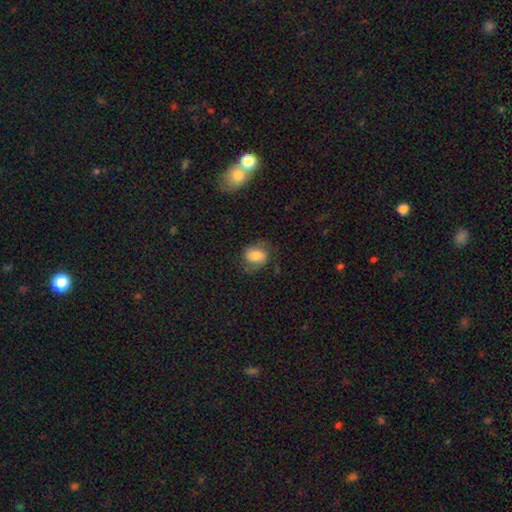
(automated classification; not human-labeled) Smooth or featured? smooth (61%)
How rounded? in between (56%)
Merging? none (65%)